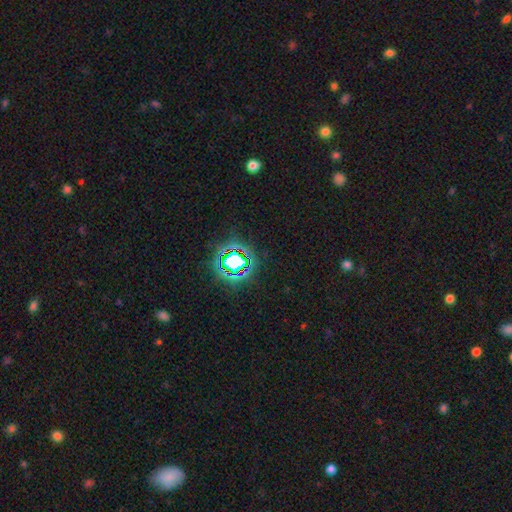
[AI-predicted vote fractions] Smooth or featured: star or artifact — 76% (smooth — 16%)